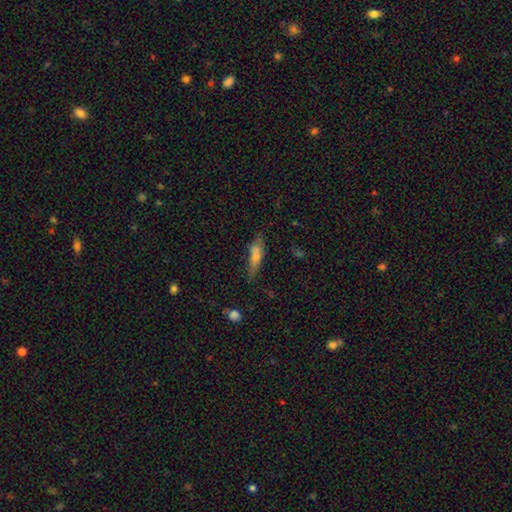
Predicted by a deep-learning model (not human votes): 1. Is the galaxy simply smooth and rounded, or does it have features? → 56% smooth, 33% featured or disk, 11% star or artifact.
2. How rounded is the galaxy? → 68% cigar-shaped, 29% in between, 3% round.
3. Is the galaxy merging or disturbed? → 56% none, 24% minor disturbance, 10% merger, 9% major disturbance.